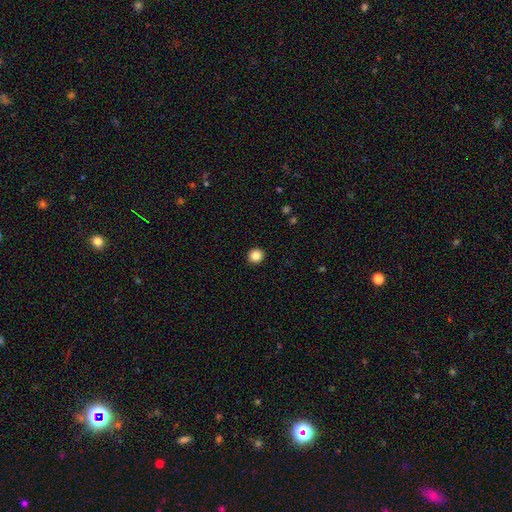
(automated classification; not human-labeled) Q: Smooth or featured?
A: smooth (86%); runner-up: star or artifact (10%)
Q: How rounded?
A: round (94%); runner-up: in between (5%)
Q: Merging?
A: none (93%); runner-up: minor disturbance (4%)